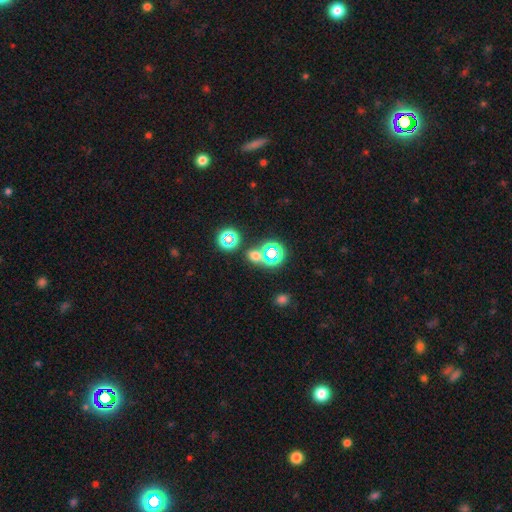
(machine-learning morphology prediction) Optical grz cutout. It shows a star or artifact, not a galaxy (53%).